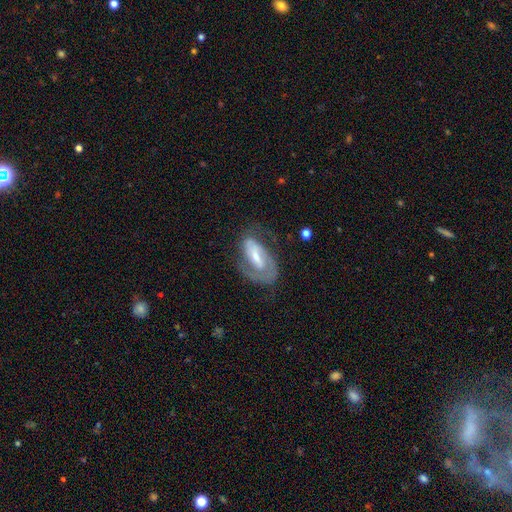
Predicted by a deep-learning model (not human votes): A featured or disk galaxy (79%) with a weak bar (40%), 2 (59%) tight (46%) spiral arms (90%) and a small central bulge (47%). Merging: none (60%).